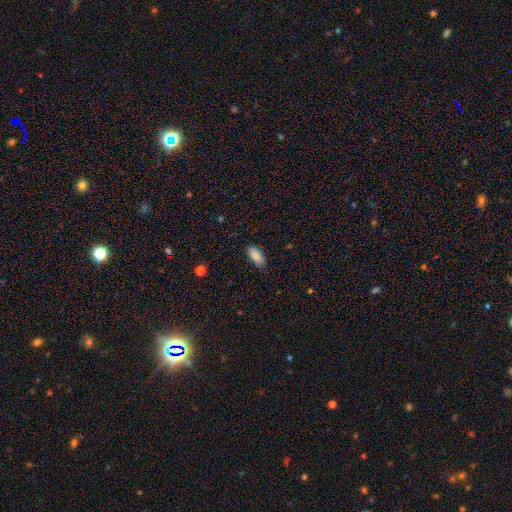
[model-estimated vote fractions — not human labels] This appears to be a smooth galaxy with no disk features (87%) that is in between round and cigar-shaped (87%). Merging: none (84%).